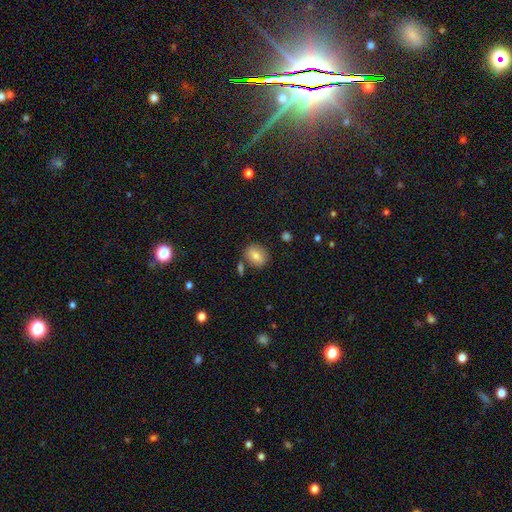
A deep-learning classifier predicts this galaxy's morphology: smooth-or-featured: smooth: 79% | featured or disk: 12% | star or artifact: 9%
  how-rounded: round: 49% (tied) | in between: 49% (tied) | cigar-shaped: 1%
  merging: none: 74% | minor disturbance: 13% | merger: 10% | major disturbance: 4%